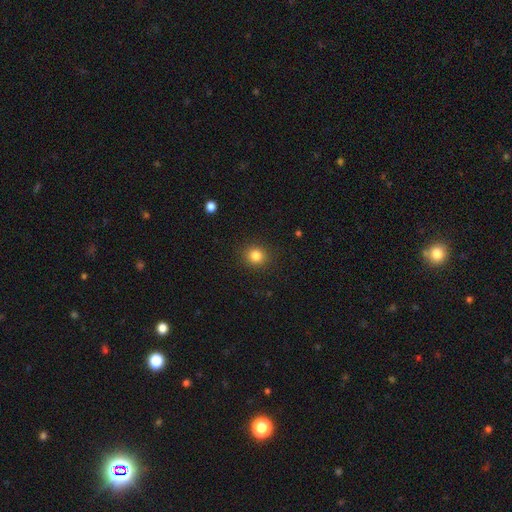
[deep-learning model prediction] Overall: smooth (84%). How rounded: round (88%). Merging: none (90%).